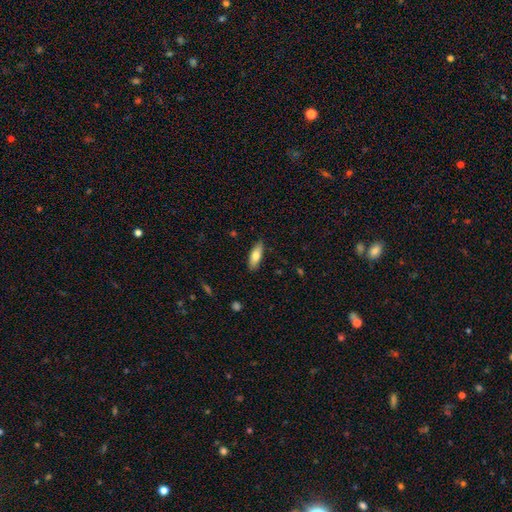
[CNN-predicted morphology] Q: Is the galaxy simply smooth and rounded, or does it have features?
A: smooth — 74%.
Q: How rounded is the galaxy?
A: in between — 68%.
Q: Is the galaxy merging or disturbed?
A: none — 84%.